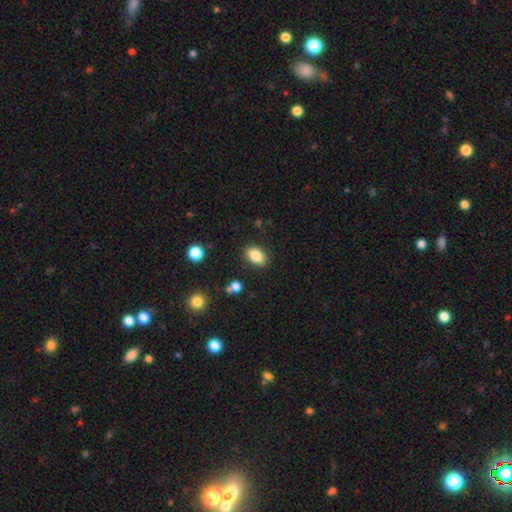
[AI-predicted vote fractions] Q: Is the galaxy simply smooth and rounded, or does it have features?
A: smooth — 85%.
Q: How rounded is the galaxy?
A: in between — 88%.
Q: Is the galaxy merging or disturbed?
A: none — 87%.